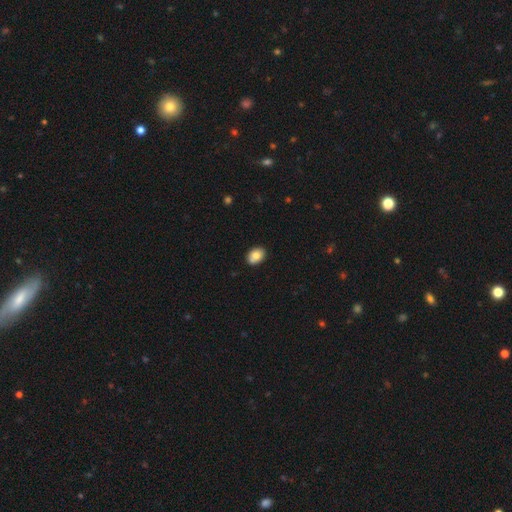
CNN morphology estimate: smooth_or_featured: smooth (p=0.79) [alt: featured or disk p=0.13]
how_rounded: in between (p=0.76) [alt: round p=0.23]
merging: none (p=0.83) [alt: minor disturbance p=0.12]